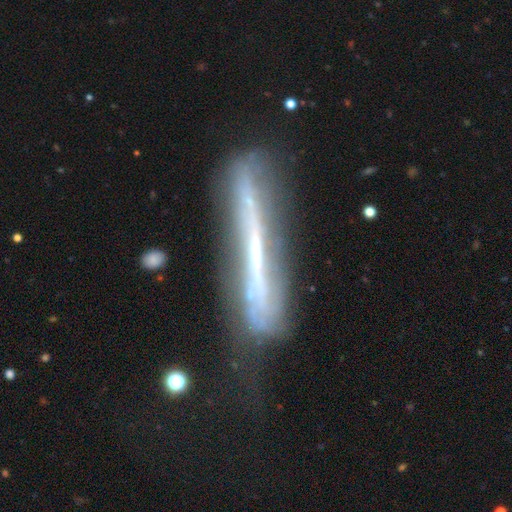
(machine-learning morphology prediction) type=featured or disk (72%); edge-on=yes (72%); edge-on bulge=none (67%); merging=none (49%).